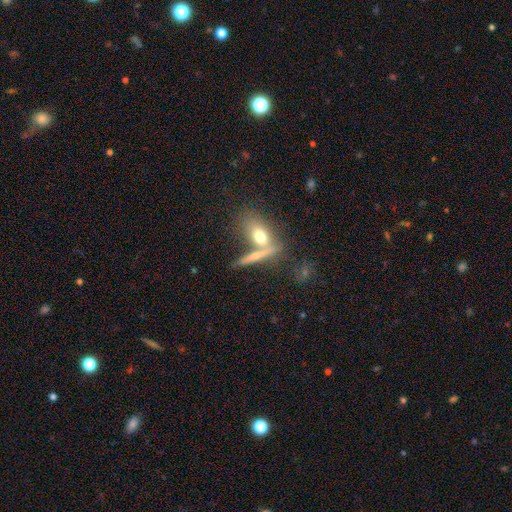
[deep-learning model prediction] smooth-or-featured: smooth: 58% | featured or disk: 34% | star or artifact: 8%
  how-rounded: cigar-shaped: 50% | in between: 40% | round: 10%
  merging: none: 48% | merger: 37% | minor disturbance: 10% | major disturbance: 5%